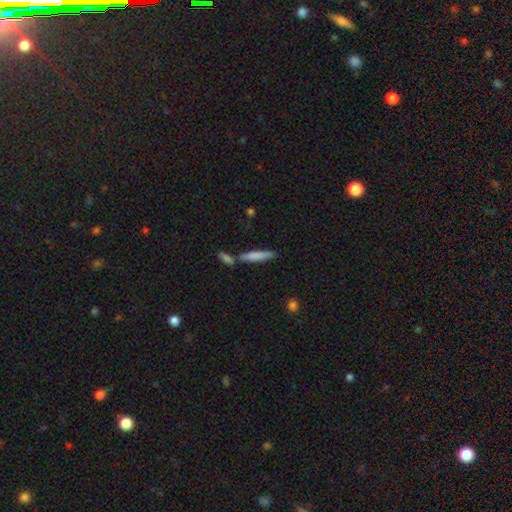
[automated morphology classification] A smooth galaxy with no disk features (76%) that is cigar-shaped (88%). Merging: none (66%).